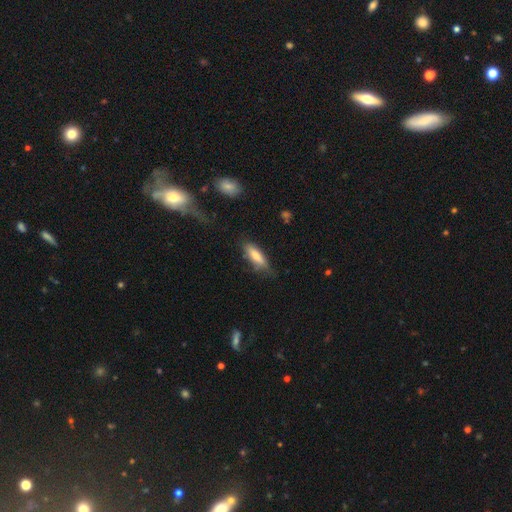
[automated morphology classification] Q: Smooth or featured?
A: smooth (73%); runner-up: featured or disk (21%)
Q: How rounded?
A: in between (50%); runner-up: cigar-shaped (48%)
Q: Merging?
A: none (68%); runner-up: minor disturbance (24%)